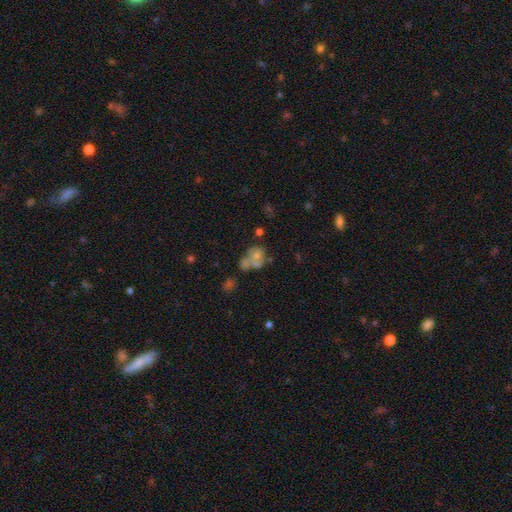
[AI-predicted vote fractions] This appears to be a smooth galaxy with no disk features (39%). Merging: none (38%).